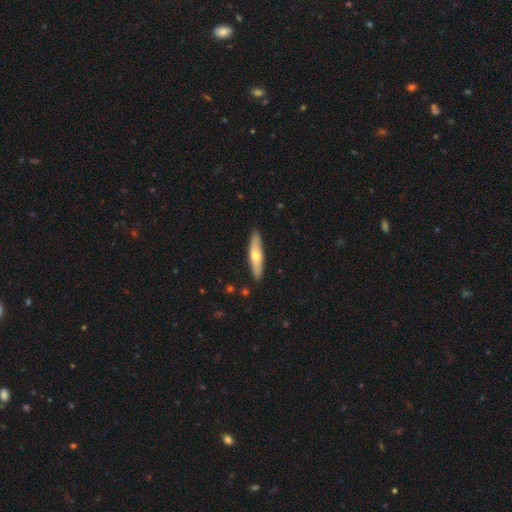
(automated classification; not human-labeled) smooth_or_featured: smooth (p=0.56) [alt: featured or disk p=0.39]
how_rounded: cigar-shaped (p=0.79) [alt: in between p=0.19]
merging: none (p=0.89) [alt: minor disturbance p=0.08]